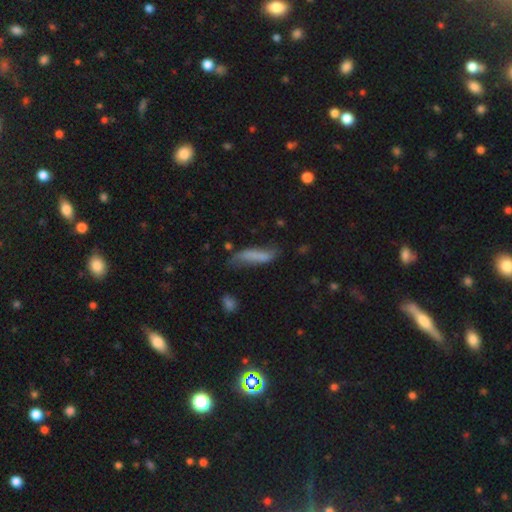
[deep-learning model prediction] Smooth or featured? smooth (66%)
How rounded? cigar-shaped (65%)
Merging? none (48%)